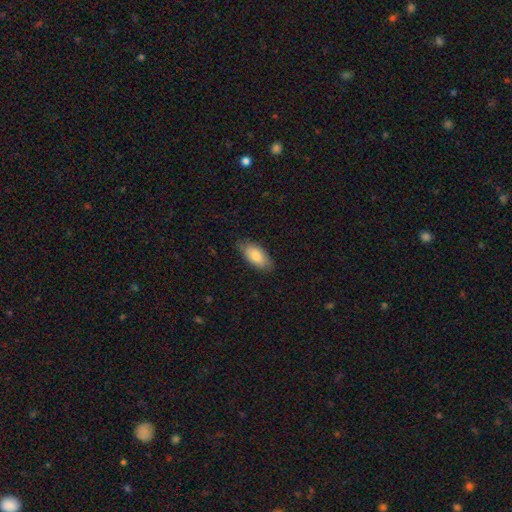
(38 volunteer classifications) This is clearly a smooth galaxy (92%). How rounded: clearly in between (94%). Merging: clearly none (89%).